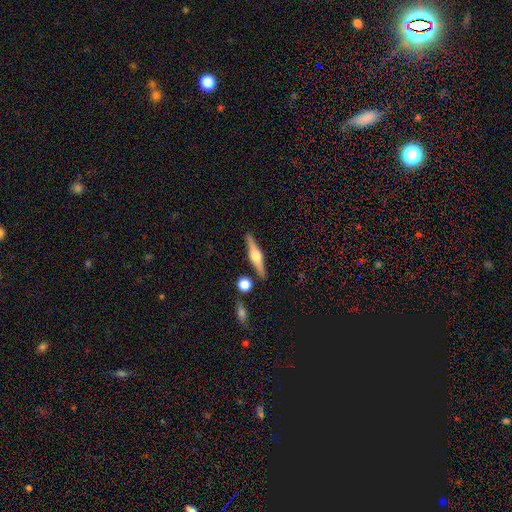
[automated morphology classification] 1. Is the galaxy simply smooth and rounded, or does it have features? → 73% featured or disk, 21% smooth, 6% star or artifact.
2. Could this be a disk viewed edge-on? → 97% yes, 3% no.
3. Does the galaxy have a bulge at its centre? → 93% rounded, 5% boxy, 2% none.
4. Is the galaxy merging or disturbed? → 87% none, 7% minor disturbance, 4% merger, 2% major disturbance.